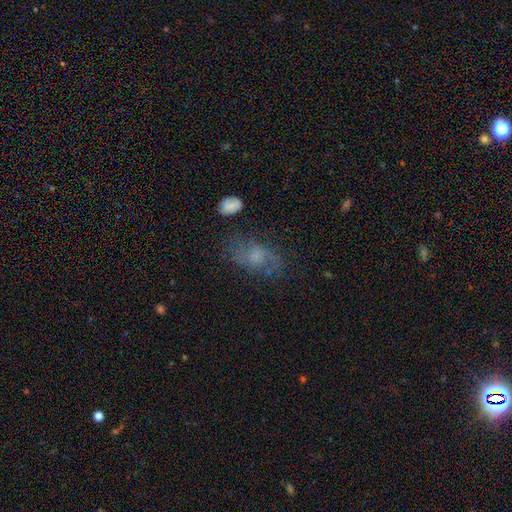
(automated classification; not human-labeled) This appears to be a featured or disk galaxy (46%). Merging: none (62%).